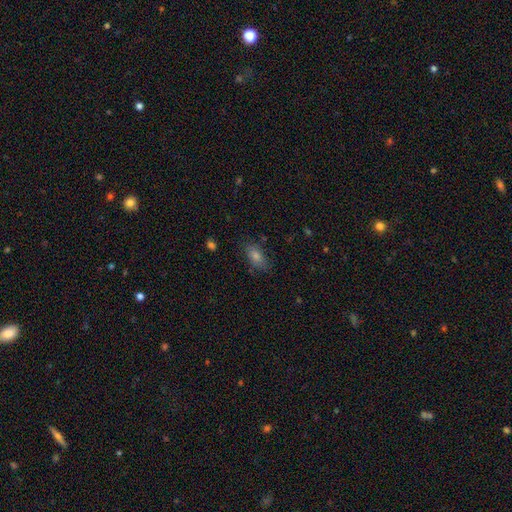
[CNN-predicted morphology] smooth_or_featured: smooth (p=0.63) [alt: star or artifact p=0.20]
how_rounded: in between (p=0.81) [alt: round p=0.10]
merging: none (p=0.79) [alt: minor disturbance p=0.14]